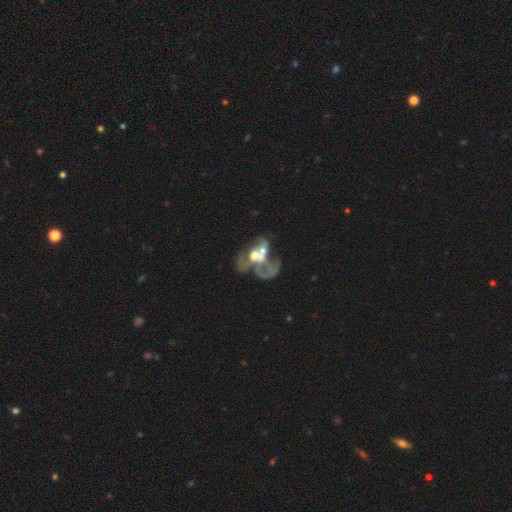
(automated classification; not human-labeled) Smooth or featured? featured or disk (64%)
Edge-on disk? no (97%)
Bar? no (83%)
Spiral arms? no (72%)
Bulge size? moderate (46%)
Merging? merger (59%)